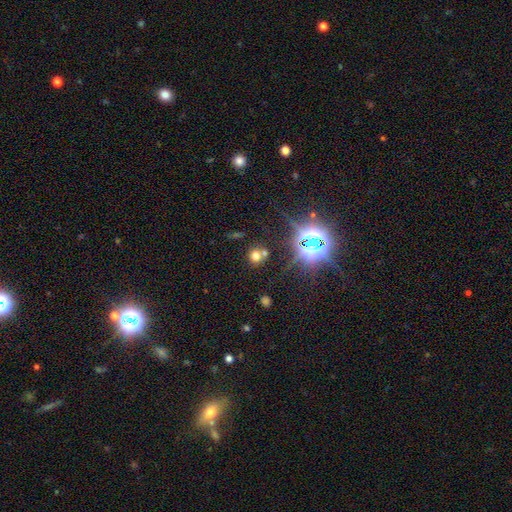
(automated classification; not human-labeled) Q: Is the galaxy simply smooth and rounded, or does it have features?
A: smooth — 56%.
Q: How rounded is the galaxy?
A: round — 86%.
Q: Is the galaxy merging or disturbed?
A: none — 69%.